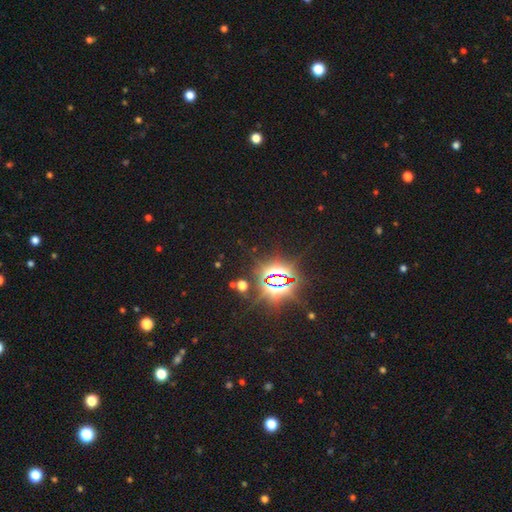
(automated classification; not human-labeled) Q: Smooth or featured?
A: star or artifact (85%); runner-up: smooth (8%)